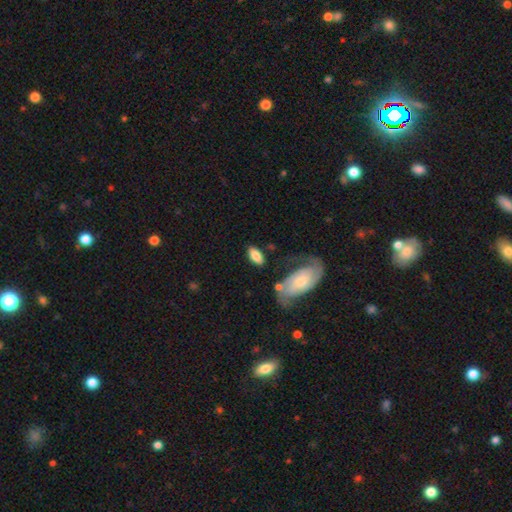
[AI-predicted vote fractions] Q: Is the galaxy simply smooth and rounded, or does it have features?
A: smooth — 74%.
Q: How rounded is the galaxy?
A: in between — 88%.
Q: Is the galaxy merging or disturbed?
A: none — 71%.